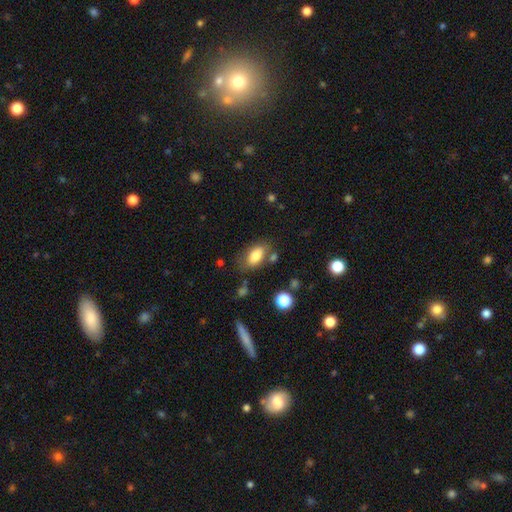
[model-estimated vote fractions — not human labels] A smooth galaxy with no disk features (79%) that is in between round and cigar-shaped (90%).

Vote fractions:
- Smooth or featured? smooth: 79% / featured or disk: 13% / star or artifact: 8%
- How rounded? in between: 90% / round: 6% / cigar-shaped: 4%
- Merging? none: 66% / minor disturbance: 18% / merger: 8% / major disturbance: 7%